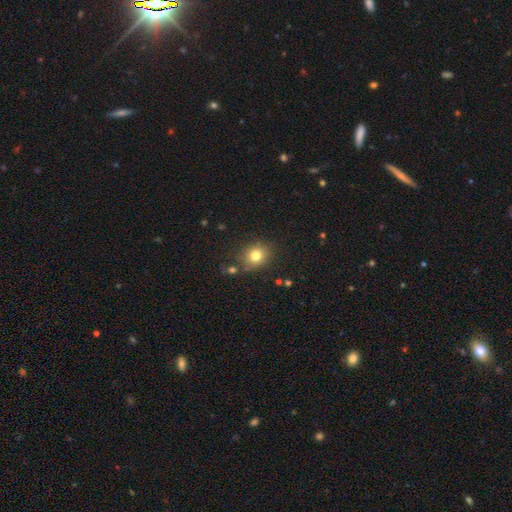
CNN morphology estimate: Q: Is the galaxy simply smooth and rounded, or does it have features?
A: smooth — 79%.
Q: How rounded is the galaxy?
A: round — 65%.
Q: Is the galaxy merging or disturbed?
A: none — 80%.